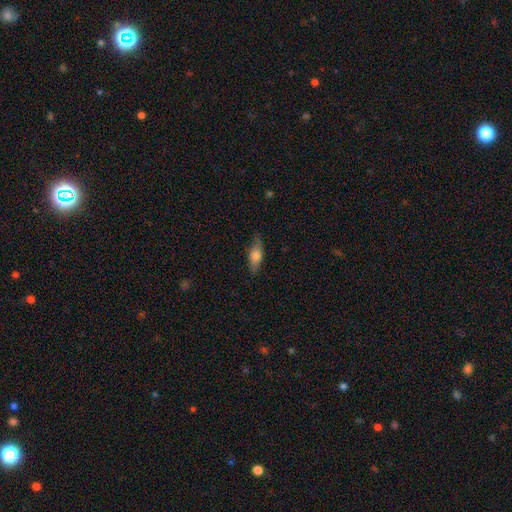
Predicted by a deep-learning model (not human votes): A smooth galaxy with no disk features (69%) that is in between round and cigar-shaped (71%).

Vote fractions:
- Smooth or featured? smooth: 69% / featured or disk: 25% / star or artifact: 7%
- How rounded? in between: 71% / cigar-shaped: 25% / round: 3%
- Merging? none: 76% / minor disturbance: 19% / major disturbance: 4% / merger: 1%